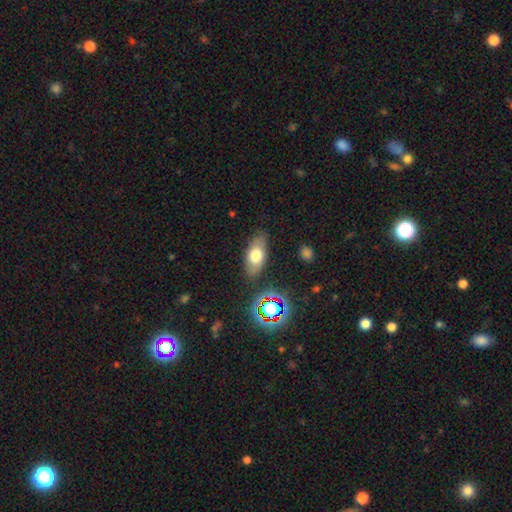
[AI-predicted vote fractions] Q: Smooth or featured?
A: smooth (65%); runner-up: featured or disk (25%)
Q: How rounded?
A: in between (83%); runner-up: cigar-shaped (10%)
Q: Merging?
A: none (81%); runner-up: minor disturbance (13%)